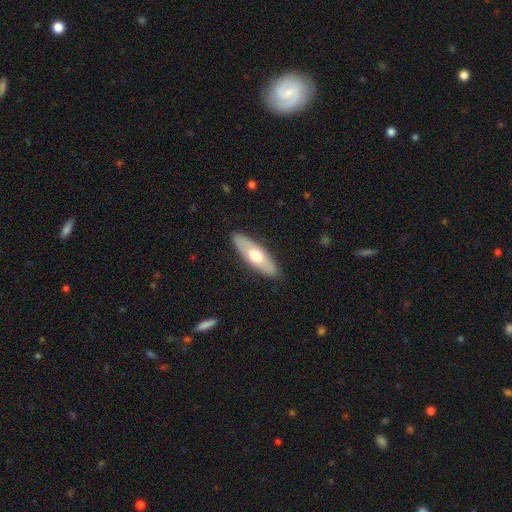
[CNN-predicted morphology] Smooth or featured?
  - smooth: 56% *
  - featured or disk: 39%
  - star or artifact: 5%
How rounded?
  - in between: 55% *
  - cigar-shaped: 43%
  - round: 2%
Merging?
  - none: 88% *
  - minor disturbance: 9%
  - major disturbance: 2%
  - merger: 1%